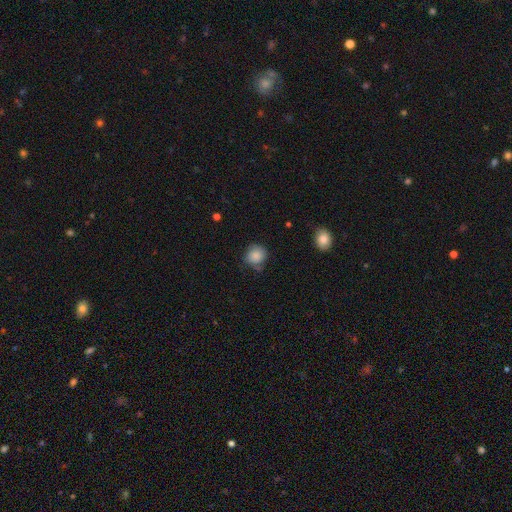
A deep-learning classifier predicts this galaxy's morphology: Q: Smooth or featured?
A: smooth (80%); runner-up: featured or disk (12%)
Q: How rounded?
A: round (84%); runner-up: in between (15%)
Q: Merging?
A: none (63%); runner-up: minor disturbance (27%)